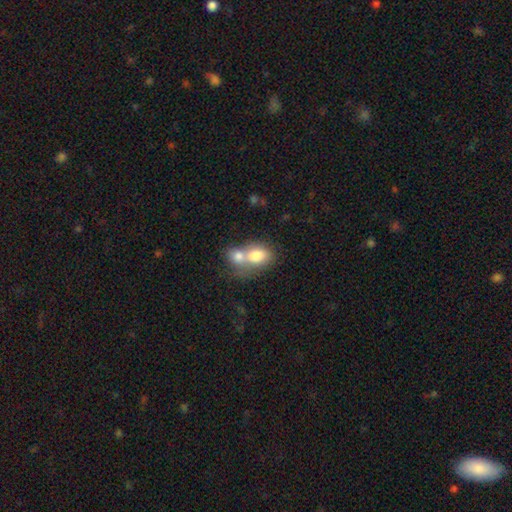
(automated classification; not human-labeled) Q: Smooth or featured?
A: smooth (76%); runner-up: featured or disk (17%)
Q: How rounded?
A: in between (70%); runner-up: round (28%)
Q: Merging?
A: merger (71%); runner-up: none (19%)